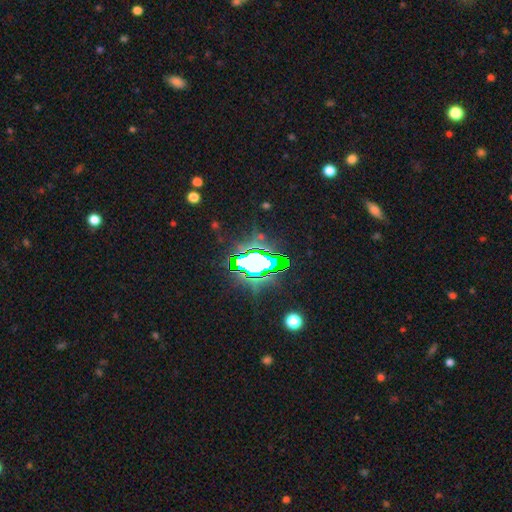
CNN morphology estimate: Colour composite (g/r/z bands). It shows a star or artifact, not a galaxy (82%).